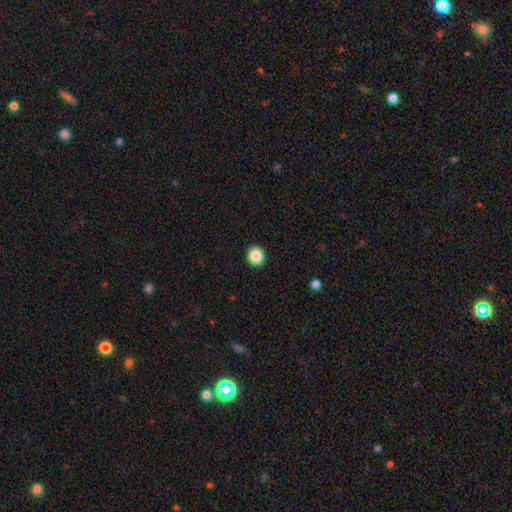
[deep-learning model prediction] smooth_or_featured: smooth (p=0.87) [alt: star or artifact p=0.09]
how_rounded: round (p=0.89) [alt: in between p=0.10]
merging: none (p=0.93) [alt: minor disturbance p=0.05]